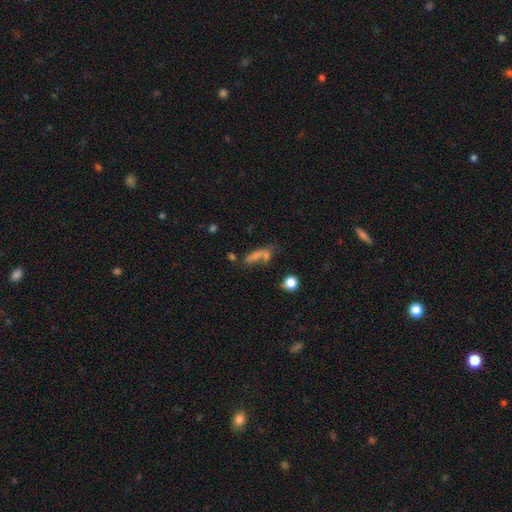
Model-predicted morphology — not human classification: smooth_or_featured: smooth (p=0.56) [alt: featured or disk p=0.24]
how_rounded: cigar-shaped (p=0.53) [alt: in between p=0.38]
merging: none (p=0.46) [alt: merger p=0.23]